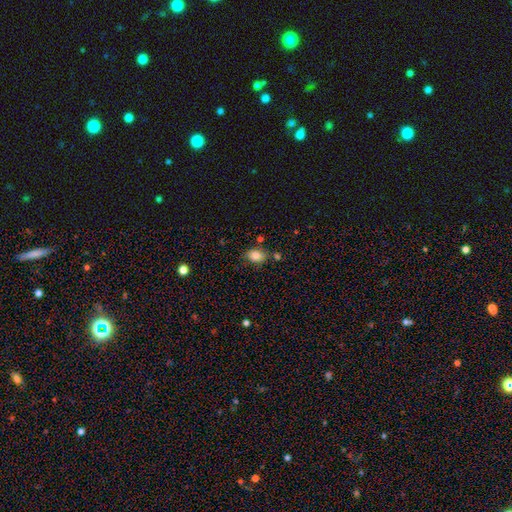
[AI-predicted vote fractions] Smooth or featured? smooth (84%)
How rounded? in between (80%)
Merging? none (75%)